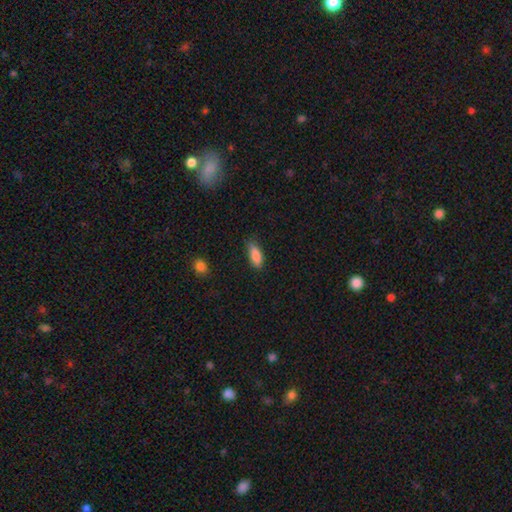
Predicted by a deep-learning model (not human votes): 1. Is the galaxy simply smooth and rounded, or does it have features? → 87% smooth, 7% star or artifact, 6% featured or disk.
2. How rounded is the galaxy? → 76% in between, 21% cigar-shaped, 2% round.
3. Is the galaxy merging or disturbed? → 74% none, 21% minor disturbance, 3% major disturbance, 1% merger.